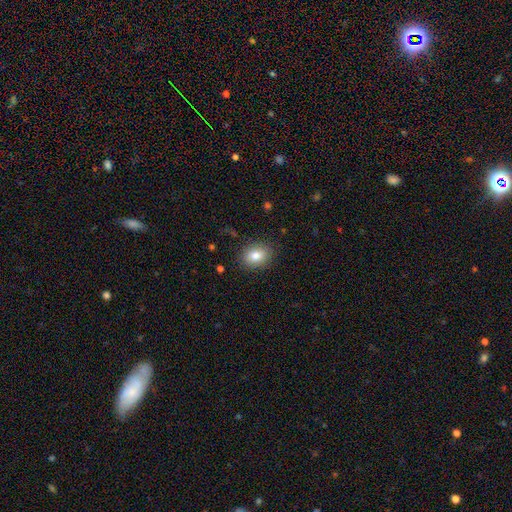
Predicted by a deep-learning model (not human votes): Smooth or featured? Predicted: smooth (p=0.83). How rounded? Predicted: in between (p=0.70). Merging? Predicted: none (p=0.87).